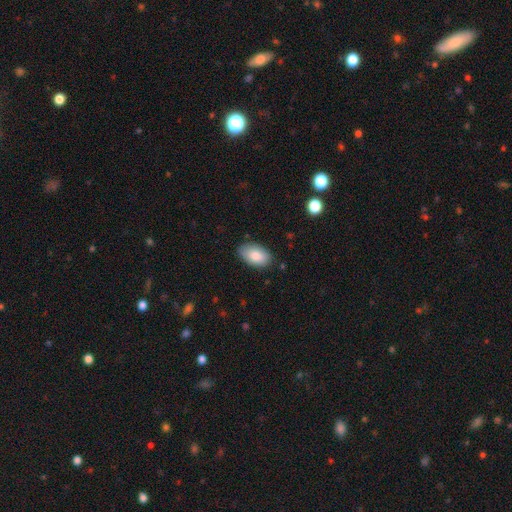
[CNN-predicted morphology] Q: Smooth or featured?
A: smooth (83%); runner-up: featured or disk (11%)
Q: How rounded?
A: in between (93%); runner-up: round (5%)
Q: Merging?
A: none (84%); runner-up: minor disturbance (13%)